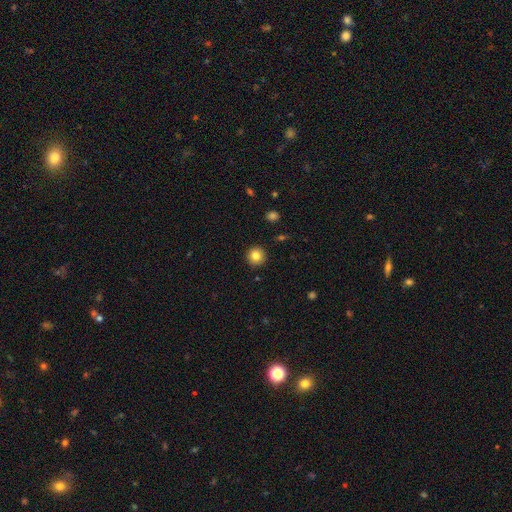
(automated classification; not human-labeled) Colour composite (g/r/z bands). It shows a smooth galaxy with no disk features (82%) that is round (95%). Merging: none (92%).